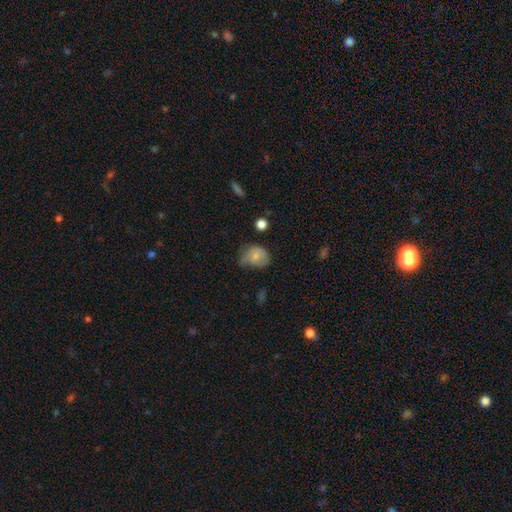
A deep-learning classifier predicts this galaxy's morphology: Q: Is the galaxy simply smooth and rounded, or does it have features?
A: smooth — 72%.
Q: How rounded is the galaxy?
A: round — 51%.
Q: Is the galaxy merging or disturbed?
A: minor disturbance — 42%.